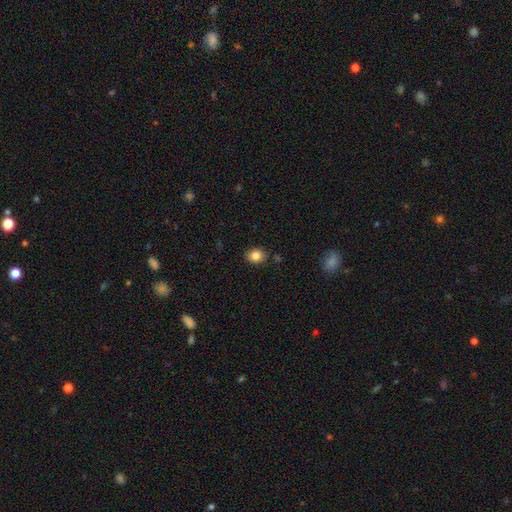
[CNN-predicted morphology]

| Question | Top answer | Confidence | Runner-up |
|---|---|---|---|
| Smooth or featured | smooth | 83% | star or artifact (10%) |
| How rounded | round | 54% | in between (45%) |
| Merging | none | 86% | minor disturbance (10%) |